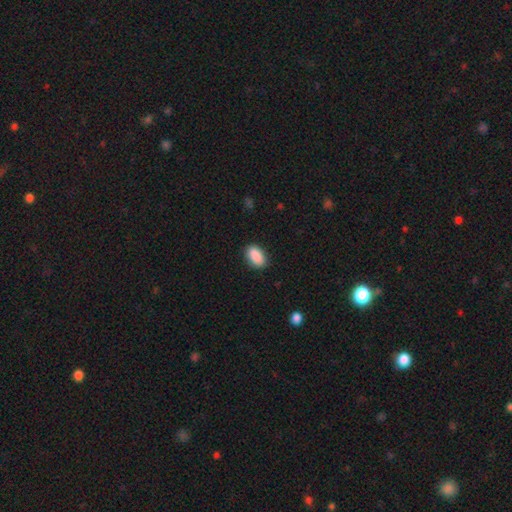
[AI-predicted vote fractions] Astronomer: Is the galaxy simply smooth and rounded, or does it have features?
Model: smooth — 90%.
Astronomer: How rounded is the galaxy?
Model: in between — 92%.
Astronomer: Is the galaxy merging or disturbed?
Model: none — 87%.